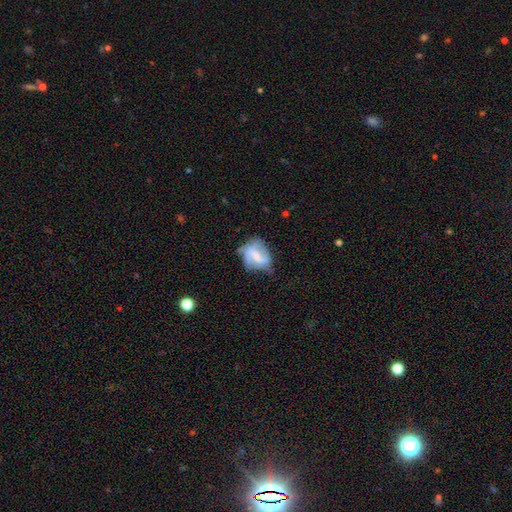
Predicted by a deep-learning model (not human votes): Smooth or featured: featured or disk — 58% (smooth — 34%)
Edge-on disk: no — 97% (yes — 3%)
Bar: weak — 47% (no — 28%)
Spiral arms: yes — 78% (no — 22%)
Bulge size: small — 39% (moderate — 28%)
Merging: none — 46% (minor disturbance — 32%)